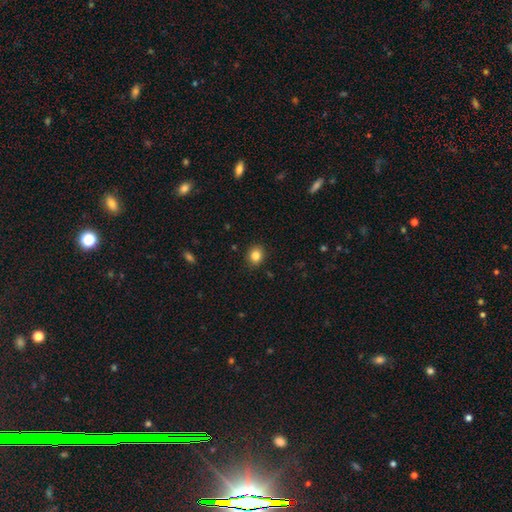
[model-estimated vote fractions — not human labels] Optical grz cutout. It shows a smooth galaxy with no disk features (84%) that is round (69%). Merging: none (89%).